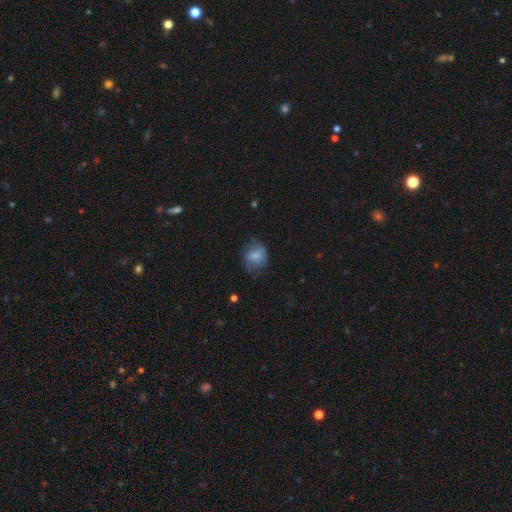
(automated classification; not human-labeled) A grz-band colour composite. It shows a smooth galaxy with no disk features (67%) that is round (54%). Merging: none (57%).